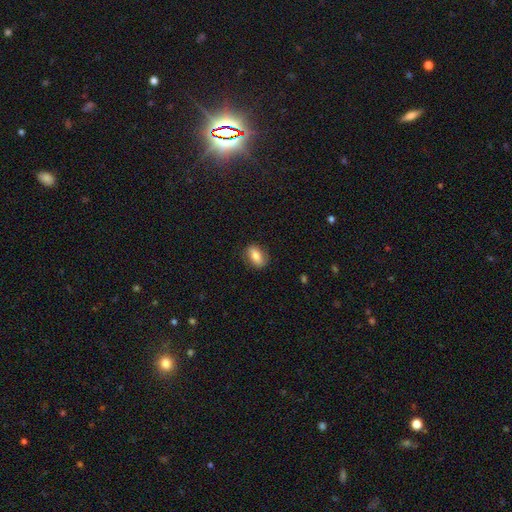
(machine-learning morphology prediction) smooth 77%, featured or disk 16%, star or artifact 8%. Down the decision tree: how rounded — in between (84%); merging — none (83%).